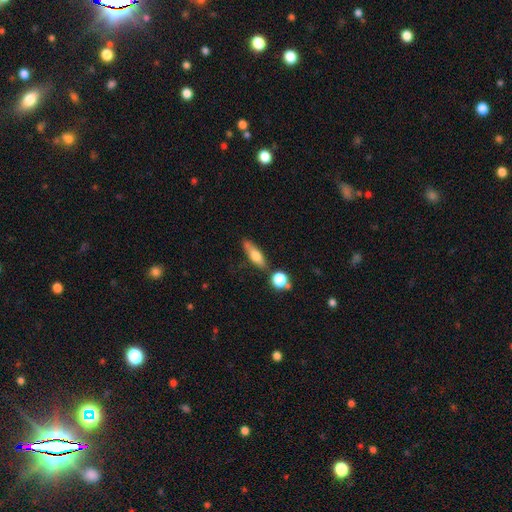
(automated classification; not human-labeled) Smooth or featured? Predicted: smooth (p=0.61). How rounded? Predicted: cigar-shaped (p=0.52). Merging? Predicted: none (p=0.68).